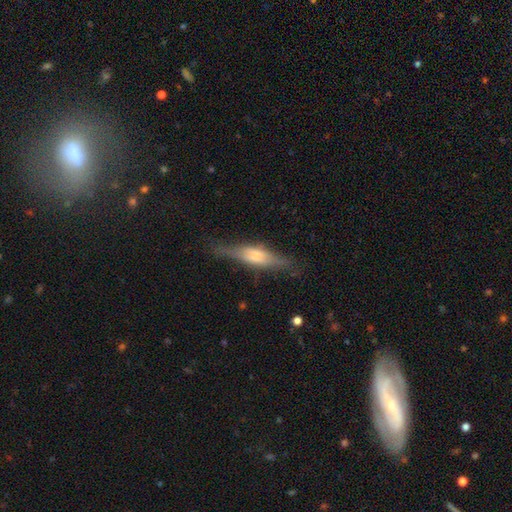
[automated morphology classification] featured or disk 59%, smooth 34%, star or artifact 7%. Down the decision tree: edge-on disk — yes (93%); edge-on bulge — rounded (61%); merging — none (75%).